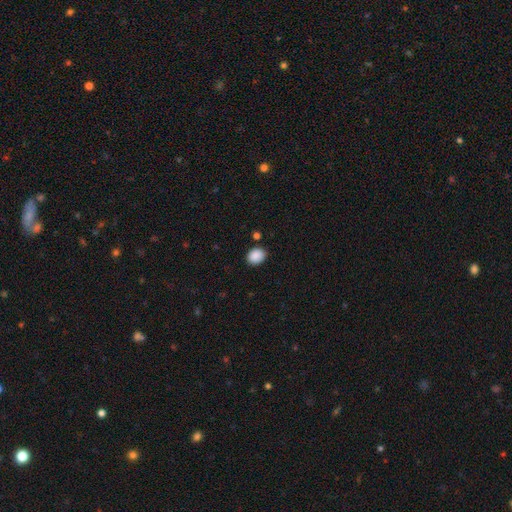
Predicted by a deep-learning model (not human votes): Smooth or featured? smooth (89%)
How rounded? in between (50%)
Merging? none (86%)